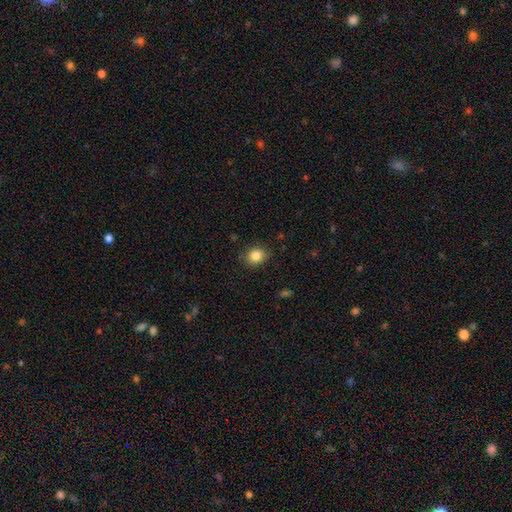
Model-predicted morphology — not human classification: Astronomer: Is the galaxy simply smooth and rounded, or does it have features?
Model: smooth — 85%.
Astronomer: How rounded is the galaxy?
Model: round — 57% (runner-up: in between, 42%).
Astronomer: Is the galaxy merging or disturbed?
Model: none — 83%.